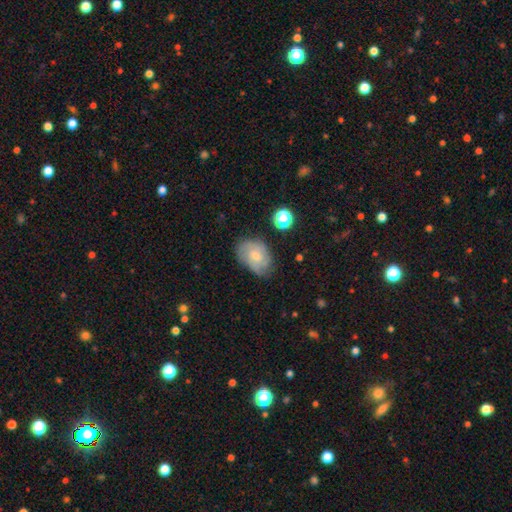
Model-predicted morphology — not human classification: Smooth or featured?
  - smooth: 47% *
  - featured or disk: 44%
  - star or artifact: 9%
Merging?
  - none: 64% *
  - minor disturbance: 26%
  - major disturbance: 8%
  - merger: 2%